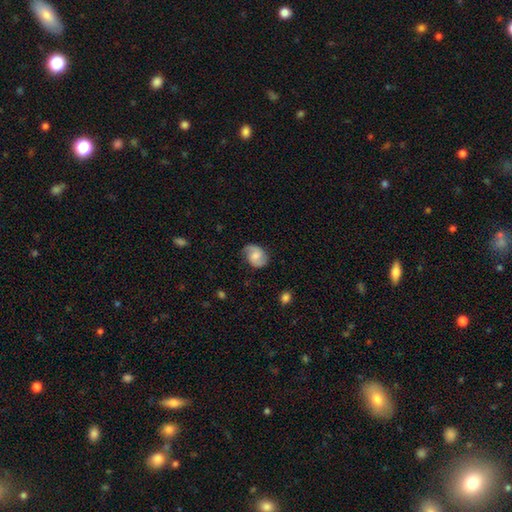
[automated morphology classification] A featured or disk galaxy (61%) with no bar (48%), 2 (86%) medium (47%) spiral arms (93%) and a moderate central bulge (48%).

Vote fractions:
- Smooth or featured? featured or disk: 61% / smooth: 32% / star or artifact: 7%
- Edge-on disk? no: 98% / yes: 2%
- Bar? no: 48% / weak: 44% / strong: 8%
- Spiral arms? yes: 93% / no: 7%
- Spiral winding? medium: 47% / loose: 31% / tight: 22%
- Spiral arm count? 2: 86% / can't tell: 6% / 1: 5% / 3: 1% / 4: 1% / more than 4: 1%
- Bulge size? moderate: 48% / small: 28% / none: 12% / large: 10% / dominant: 2%
- Merging? none: 76% / minor disturbance: 18% / major disturbance: 5% / merger: 1%